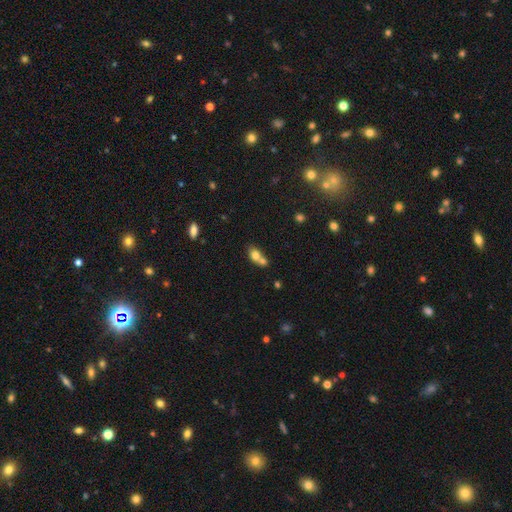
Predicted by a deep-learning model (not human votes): A smooth galaxy with no disk features (73%) that is in between round and cigar-shaped (57%). Merging: merger (63%).